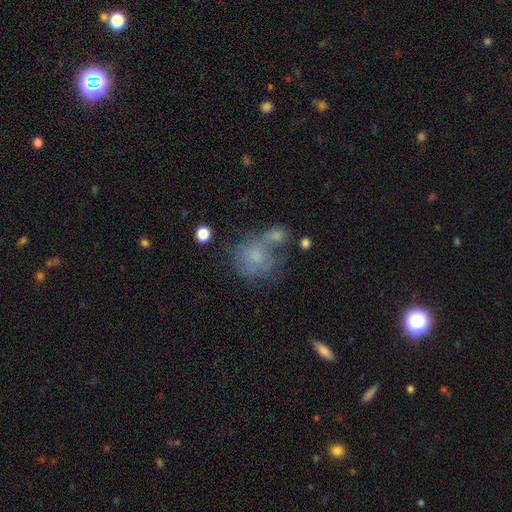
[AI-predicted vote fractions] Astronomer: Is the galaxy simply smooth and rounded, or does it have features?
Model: smooth — 54% (runner-up: featured or disk, 32%).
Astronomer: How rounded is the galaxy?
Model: round — 72%.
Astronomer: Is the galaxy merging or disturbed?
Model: none — 38% (runner-up: merger, 30%).